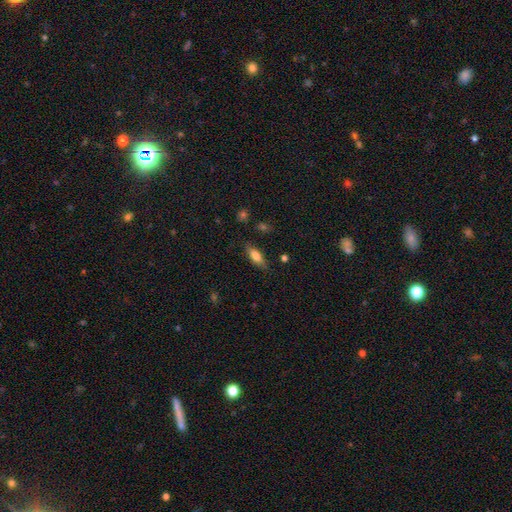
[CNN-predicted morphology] smooth-or-featured: smooth: 72% | featured or disk: 21% | star or artifact: 7%
  how-rounded: in between: 65% | cigar-shaped: 33% | round: 3%
  merging: none: 80% | minor disturbance: 15% | major disturbance: 4% | merger: 2%